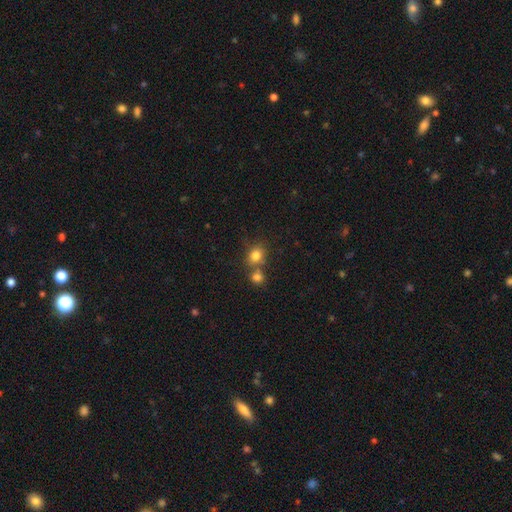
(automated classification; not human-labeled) smooth 80%, star or artifact 12%, featured or disk 8%. Down the decision tree: how rounded — round (65%); merging — none (54%).